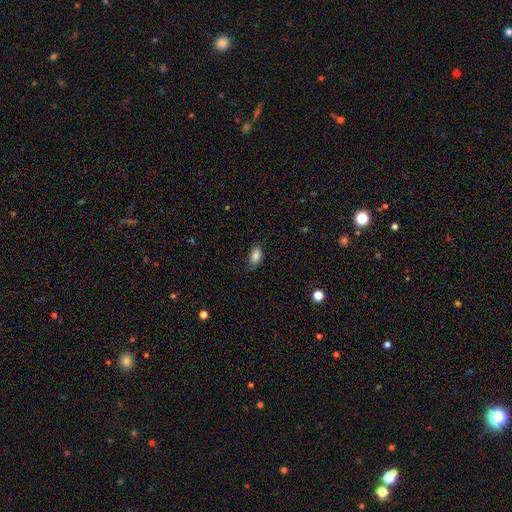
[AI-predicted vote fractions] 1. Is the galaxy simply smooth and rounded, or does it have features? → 85% smooth, 8% star or artifact, 7% featured or disk.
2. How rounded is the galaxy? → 89% in between, 7% round, 3% cigar-shaped.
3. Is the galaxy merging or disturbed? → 76% none, 19% minor disturbance, 4% major disturbance, 1% merger.